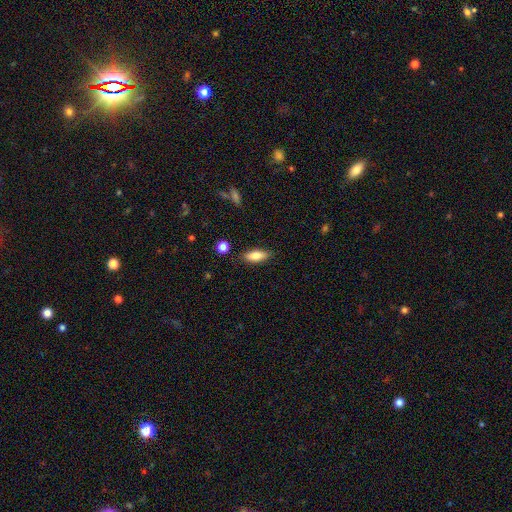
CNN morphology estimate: Smooth or featured? Predicted: smooth (p=0.82). How rounded? Predicted: in between (p=0.75). Merging? Predicted: none (p=0.84).